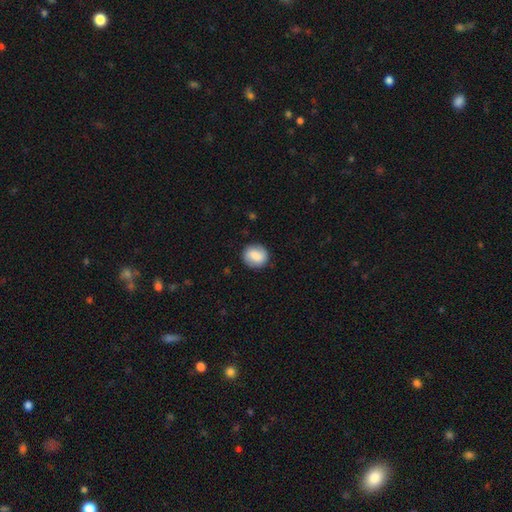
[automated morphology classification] Overall: smooth (78%). How rounded: round (82%). Merging: none (87%).